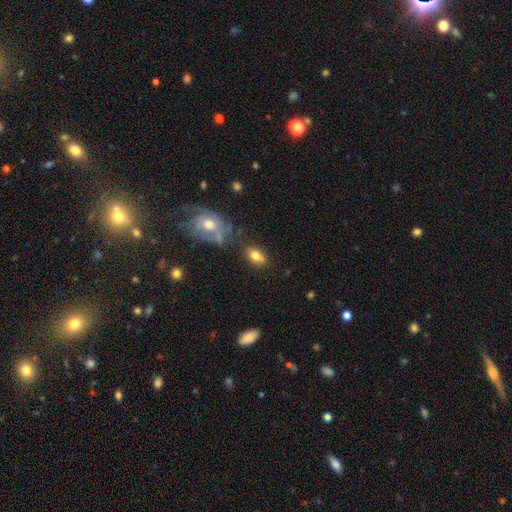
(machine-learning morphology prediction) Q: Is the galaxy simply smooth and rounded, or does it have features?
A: smooth — 77%.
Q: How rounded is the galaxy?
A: in between — 81%.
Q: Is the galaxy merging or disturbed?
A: none — 66%.